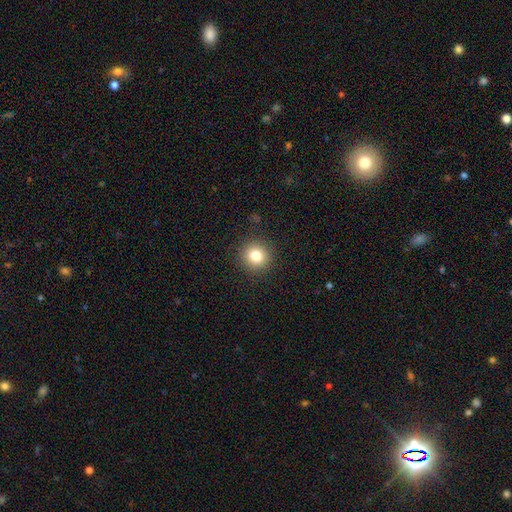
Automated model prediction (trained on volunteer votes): Smooth or featured: smooth — 81% (star or artifact — 12%)
How rounded: round — 93% (in between — 6%)
Merging: none — 90% (minor disturbance — 6%)